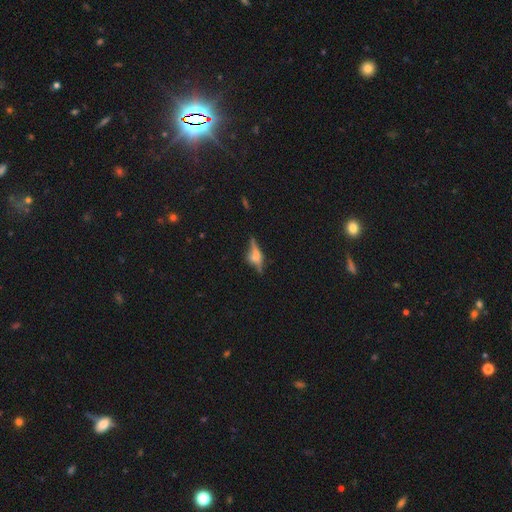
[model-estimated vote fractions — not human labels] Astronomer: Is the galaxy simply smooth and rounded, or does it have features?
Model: featured or disk — 61%.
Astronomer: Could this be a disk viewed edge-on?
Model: yes — 90%.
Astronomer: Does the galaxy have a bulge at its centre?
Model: rounded — 75%.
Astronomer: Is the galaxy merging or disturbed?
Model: none — 65%.